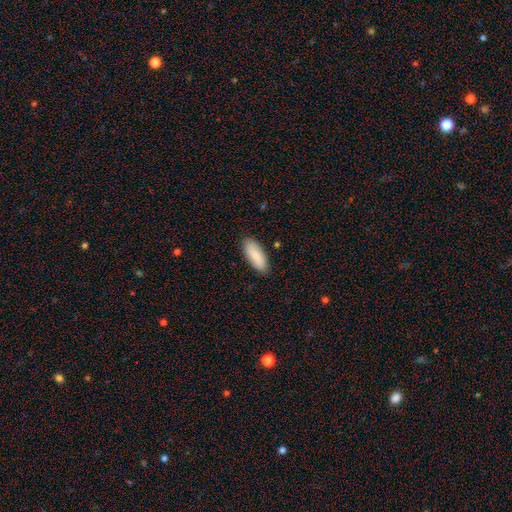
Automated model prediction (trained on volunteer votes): Morphology: type=smooth (86%); roundness=in between (78%); merging=none (87%).